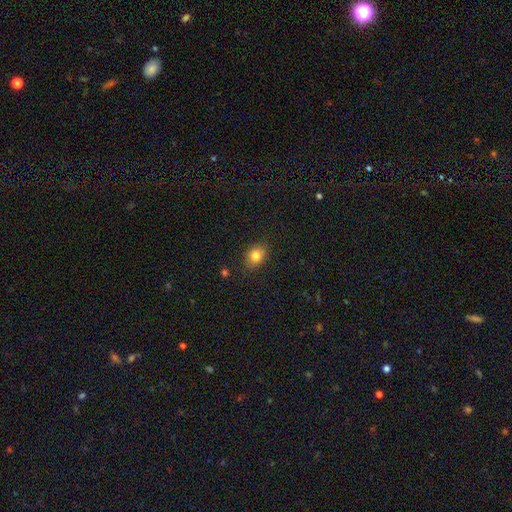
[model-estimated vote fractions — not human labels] Smooth or featured: smooth — 81% (star or artifact — 11%)
How rounded: in between — 51% (round — 48%)
Merging: none — 83% (minor disturbance — 13%)